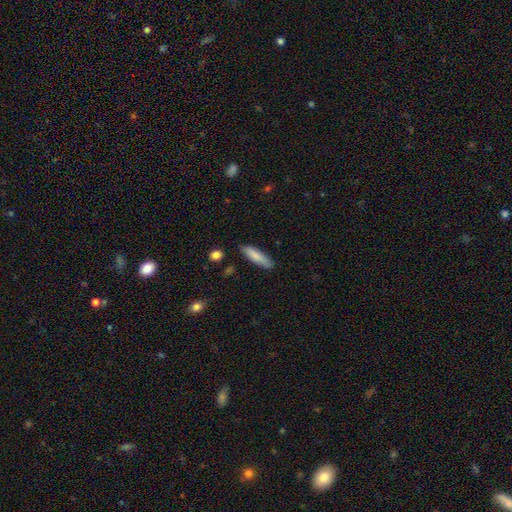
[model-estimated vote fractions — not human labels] A smooth galaxy with no disk features (84%) that is cigar-shaped (65%). Merging: none (83%).